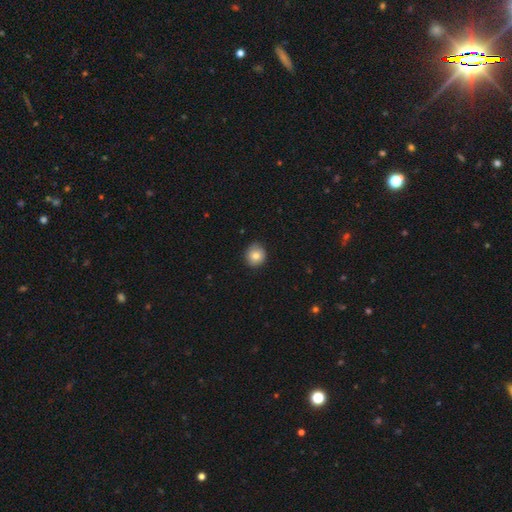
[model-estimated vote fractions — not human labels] Smooth or featured? smooth (81%)
How rounded? round (86%)
Merging? none (83%)